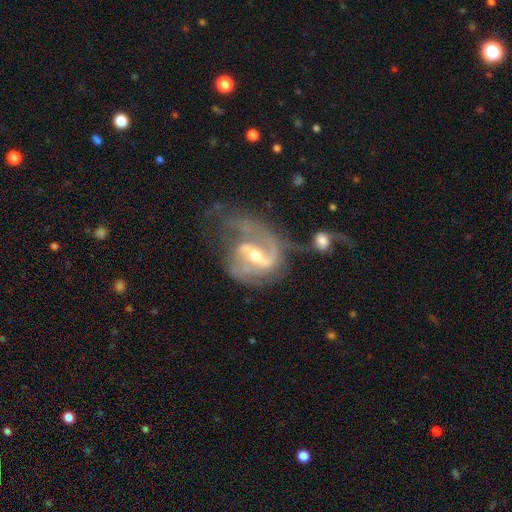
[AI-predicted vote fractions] This is clearly a featured or disk galaxy (89%). It is clearly not viewed edge-on (97%). Bar: marginally weak (44%). Spiral arm pattern: clearly yes (95%). Spiral arm count: likely 2 (72%). Spiral winding: possibly medium (49%). Central bulge: possibly moderate (56%). Merging: marginally none (34%).